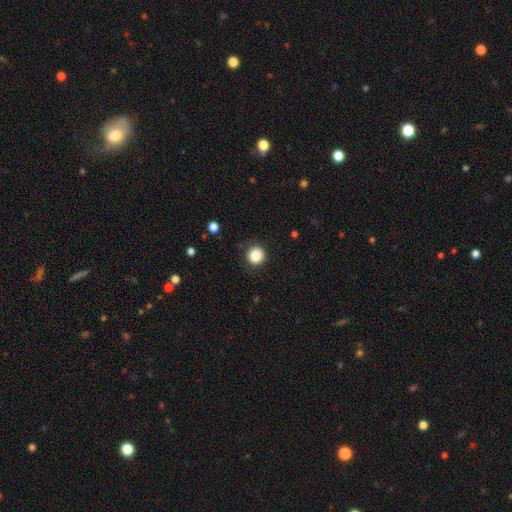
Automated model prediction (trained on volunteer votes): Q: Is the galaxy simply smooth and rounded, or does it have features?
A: smooth — 87%.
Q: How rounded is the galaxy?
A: round — 94%.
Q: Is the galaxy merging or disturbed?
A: none — 88%.